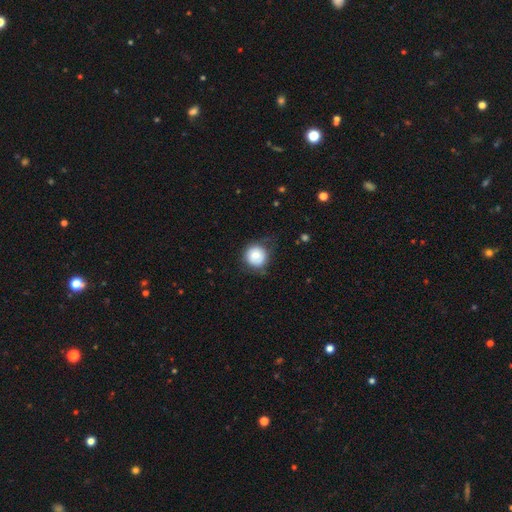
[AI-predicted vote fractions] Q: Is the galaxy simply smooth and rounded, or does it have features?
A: smooth — 74%.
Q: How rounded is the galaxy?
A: round — 92%.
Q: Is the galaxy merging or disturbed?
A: none — 66%.